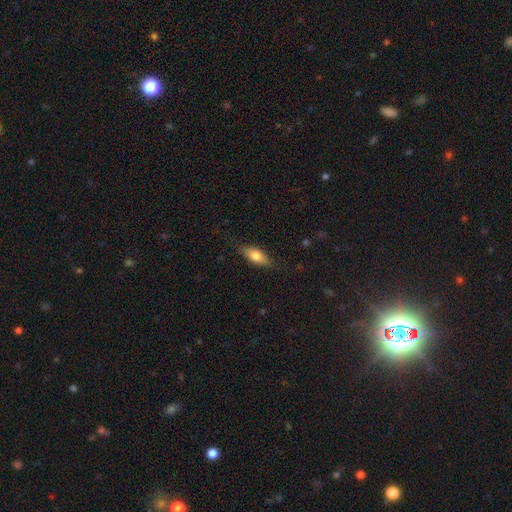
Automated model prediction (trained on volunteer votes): Overall: smooth (73%). How rounded: in between (75%). Merging: none (83%).